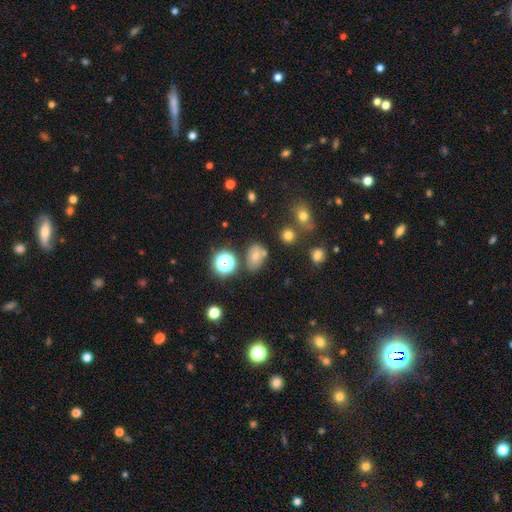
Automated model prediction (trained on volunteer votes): Smooth or featured? Predicted: smooth (p=0.62). How rounded? Predicted: in between (p=0.70). Merging? Predicted: none (p=0.66).